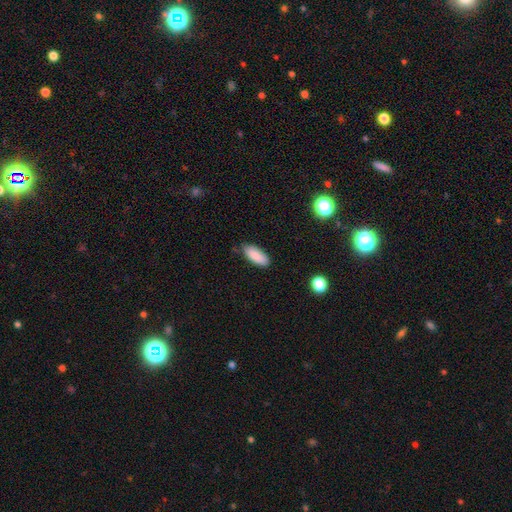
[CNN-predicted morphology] smooth 88%, star or artifact 7%, featured or disk 5%. Down the decision tree: how rounded — in between (81%); merging — none (79%).